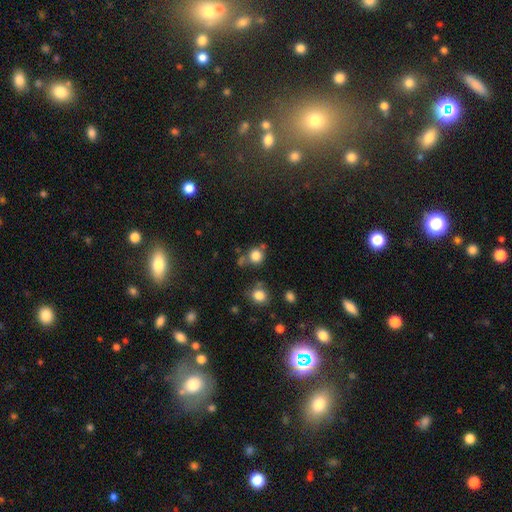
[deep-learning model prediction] Smooth or featured? smooth (80%)
How rounded? round (88%)
Merging? none (68%)